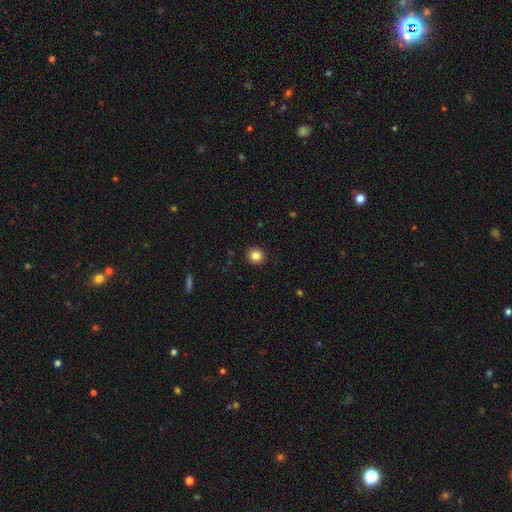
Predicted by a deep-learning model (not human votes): Smooth or featured?
  - smooth: 84% *
  - star or artifact: 10%
  - featured or disk: 6%
How rounded?
  - round: 89% *
  - in between: 10%
  - cigar-shaped: 1%
Merging?
  - none: 92% *
  - minor disturbance: 5%
  - major disturbance: 2%
  - merger: 1%